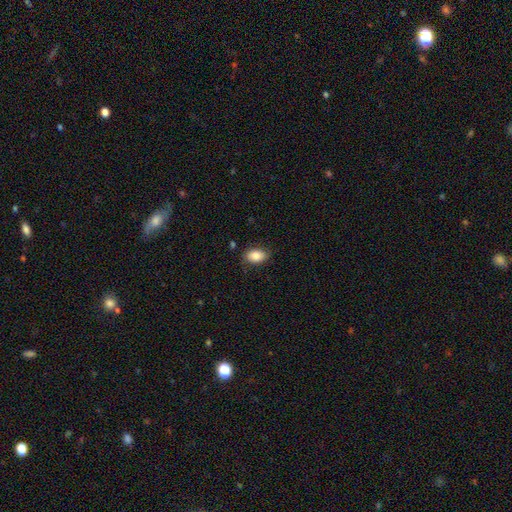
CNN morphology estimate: Smooth or featured: smooth — 86% (star or artifact — 7%)
How rounded: in between — 88% (round — 10%)
Merging: none — 82% (minor disturbance — 14%)